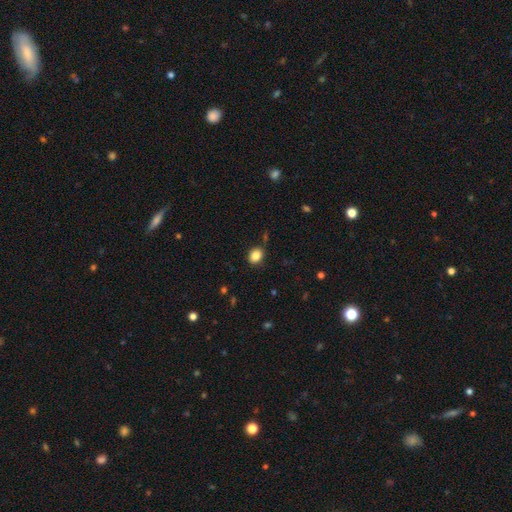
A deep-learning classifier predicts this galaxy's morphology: A smooth galaxy with no disk features (86%) that is round (55%). Merging: none (82%).